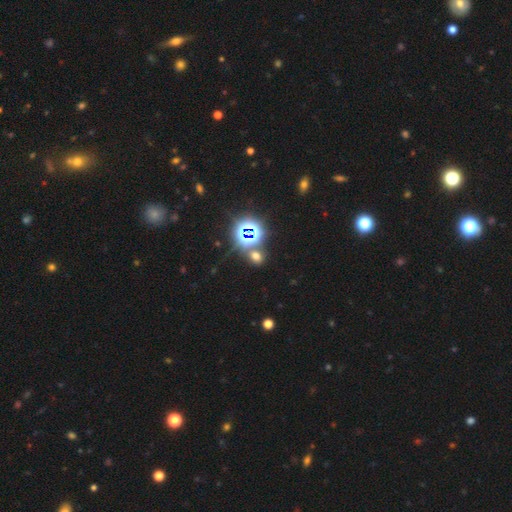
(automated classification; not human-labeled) Morphology: type=smooth (47%); merging=none (72%).